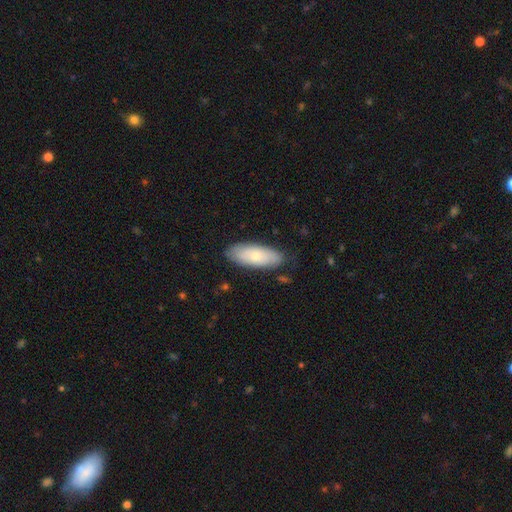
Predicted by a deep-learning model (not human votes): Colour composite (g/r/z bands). It shows a smooth galaxy with no disk features (64%) that is in between round and cigar-shaped (79%). Merging: none (79%).